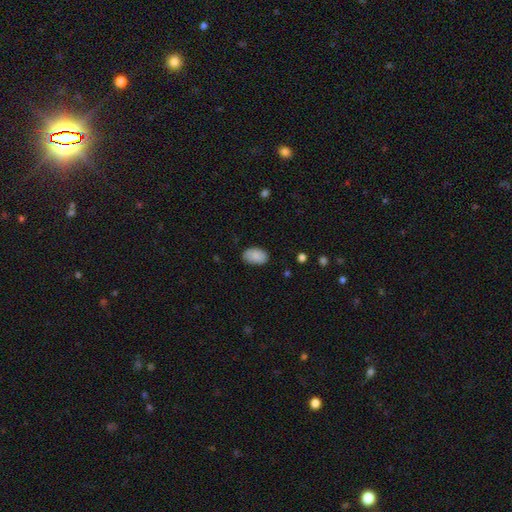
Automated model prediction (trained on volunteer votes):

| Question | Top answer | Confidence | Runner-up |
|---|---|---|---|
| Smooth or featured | smooth | 89% | star or artifact (7%) |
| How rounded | in between | 92% | round (6%) |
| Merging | none | 83% | minor disturbance (14%) |